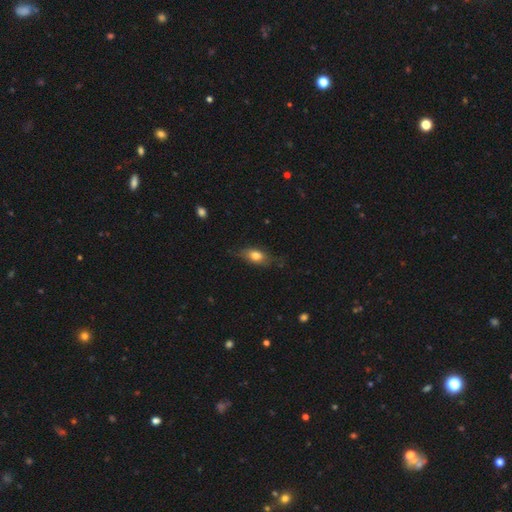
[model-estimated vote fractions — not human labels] Q: Smooth or featured?
A: smooth (73%); runner-up: featured or disk (20%)
Q: How rounded?
A: in between (78%); runner-up: cigar-shaped (13%)
Q: Merging?
A: none (67%); runner-up: minor disturbance (25%)